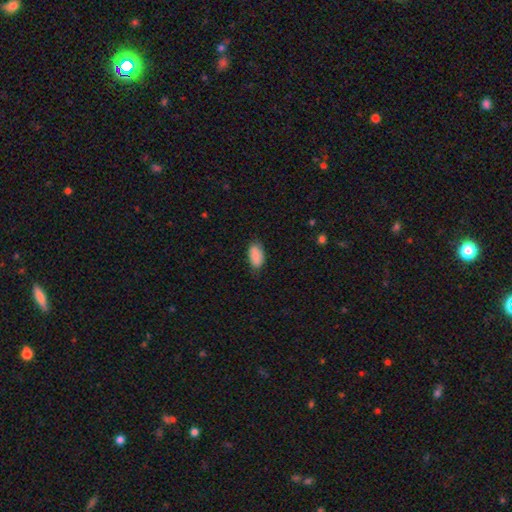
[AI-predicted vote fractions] Smooth or featured? Predicted: smooth (p=0.85). How rounded? Predicted: in between (p=0.93). Merging? Predicted: none (p=0.75).